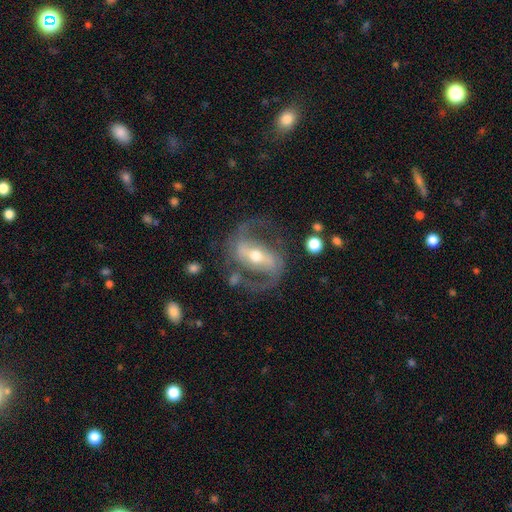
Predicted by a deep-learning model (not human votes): The model was most divided on "bulge size": moderate: 61%, small: 33%, large: 4%, none: 1%, dominant: 1%. More confident: edge-on disk — no (96%); spiral arms — yes (95%); spiral arm count — 2 (92%); smooth or featured — featured or disk (89%); merging — none (75%); bar — strong (59%); spiral winding — medium (57%).